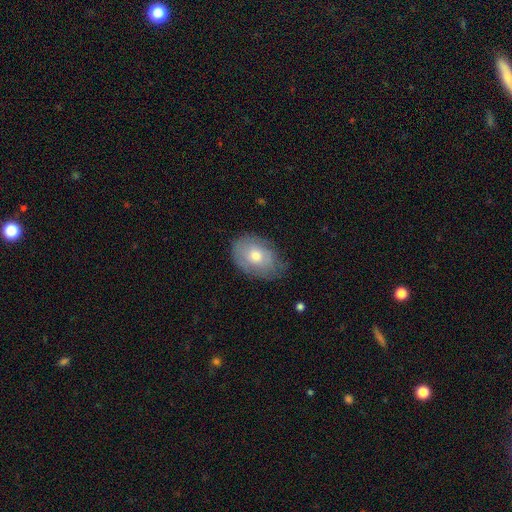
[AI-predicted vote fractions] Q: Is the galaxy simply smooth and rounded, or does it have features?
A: smooth — 62%.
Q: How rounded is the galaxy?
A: in between — 78%.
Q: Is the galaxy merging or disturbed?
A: none — 65%.